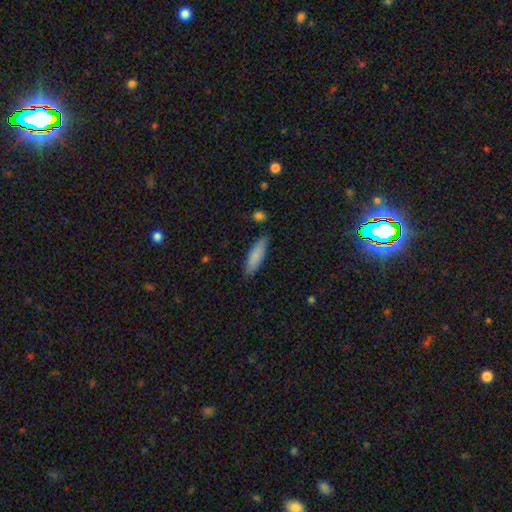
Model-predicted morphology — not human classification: smooth_or_featured: smooth (p=0.82) [alt: featured or disk p=0.12]
how_rounded: cigar-shaped (p=0.51) [alt: in between p=0.47]
merging: none (p=0.82) [alt: minor disturbance p=0.14]